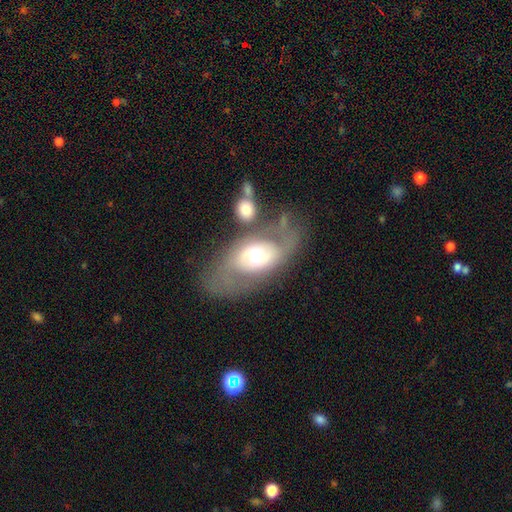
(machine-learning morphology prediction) This is possibly a featured or disk galaxy (59%). It is clearly not viewed edge-on (91%). Bar: likely no (74%). Spiral arm pattern: possibly no (54%). Central bulge: likely moderate (61%). Merging: possibly none (56%).